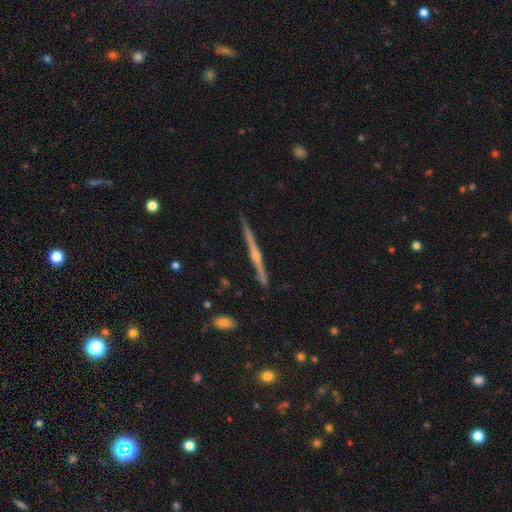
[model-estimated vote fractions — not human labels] A featured or disk galaxy (84%) viewed edge-on (98%) with a rounded central bulge (88%).

Vote fractions:
- Smooth or featured? featured or disk: 84% / smooth: 11% / star or artifact: 5%
- Edge-on disk? yes: 98% / no: 2%
- Edge-on bulge? rounded: 88% / none: 8% / boxy: 4%
- Merging? none: 90% / minor disturbance: 8% / major disturbance: 1% / merger: 1%